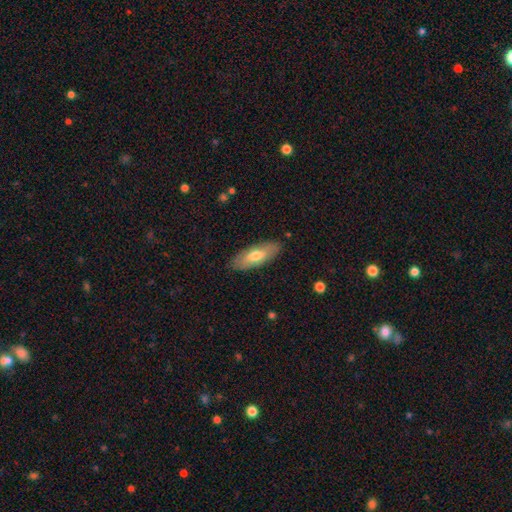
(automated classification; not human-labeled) A smooth galaxy with no disk features (64%) that is in between round and cigar-shaped (72%).

Vote fractions:
- Smooth or featured? smooth: 64% / featured or disk: 31% / star or artifact: 5%
- How rounded? in between: 72% / cigar-shaped: 26% / round: 2%
- Merging? none: 86% / minor disturbance: 10% / major disturbance: 2% / merger: 1%